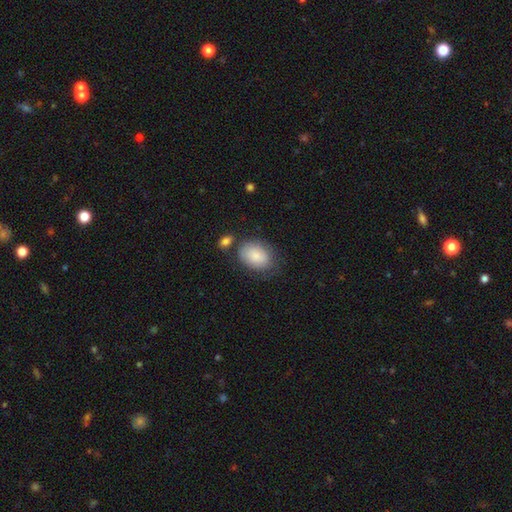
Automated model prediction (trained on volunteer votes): A smooth galaxy with no disk features (84%) that is in between round and cigar-shaped (79%).

Vote fractions:
- Smooth or featured? smooth: 84% / featured or disk: 10% / star or artifact: 6%
- How rounded? in between: 79% / round: 20% / cigar-shaped: 1%
- Merging? none: 61% / minor disturbance: 23% / merger: 8% / major disturbance: 8%